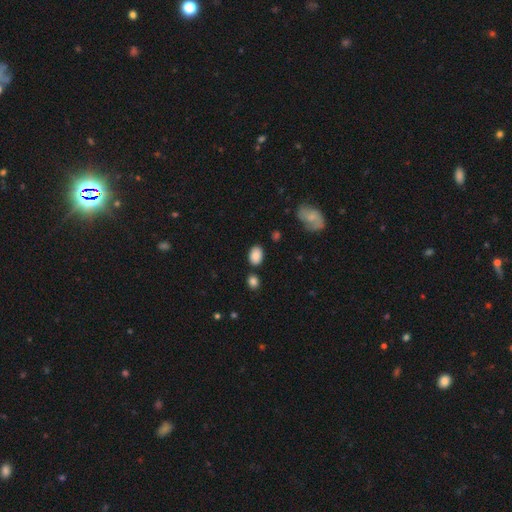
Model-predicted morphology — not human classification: Smooth or featured: smooth — 86% (star or artifact — 8%)
How rounded: in between — 85% (round — 14%)
Merging: none — 78% (minor disturbance — 13%)